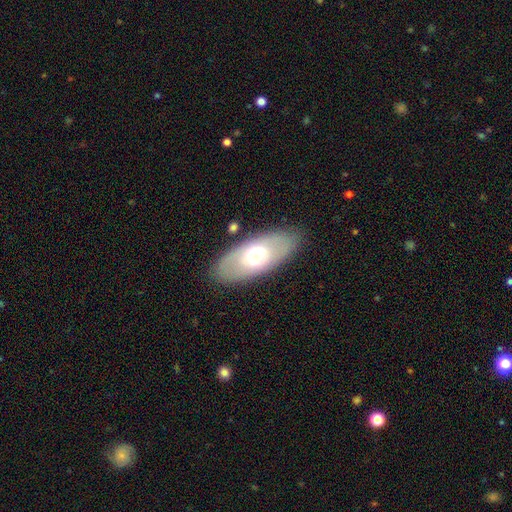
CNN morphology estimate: Smooth or featured?
  - smooth: 55% *
  - featured or disk: 39%
  - star or artifact: 7%
How rounded?
  - in between: 88% *
  - cigar-shaped: 8%
  - round: 4%
Merging?
  - none: 84% *
  - minor disturbance: 11%
  - major disturbance: 4%
  - merger: 2%